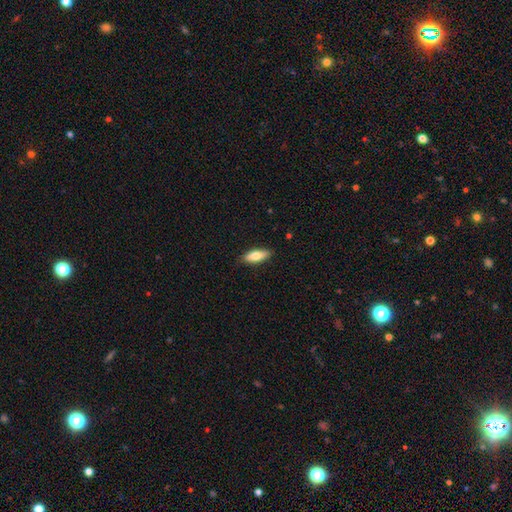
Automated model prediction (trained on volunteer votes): Smooth or featured? smooth (72%)
How rounded? in between (66%)
Merging? none (87%)